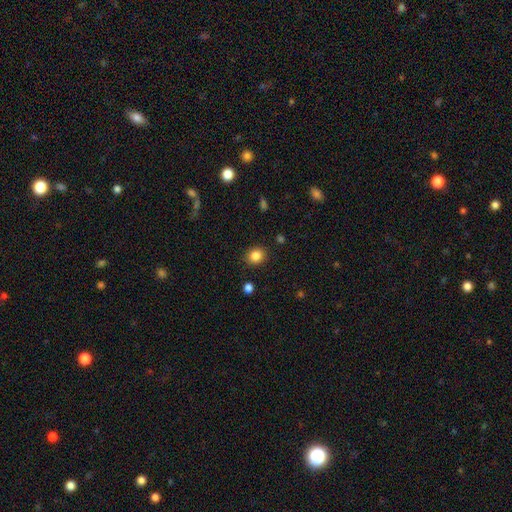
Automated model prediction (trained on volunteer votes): Smooth or featured? smooth (84%)
How rounded? round (71%)
Merging? none (89%)